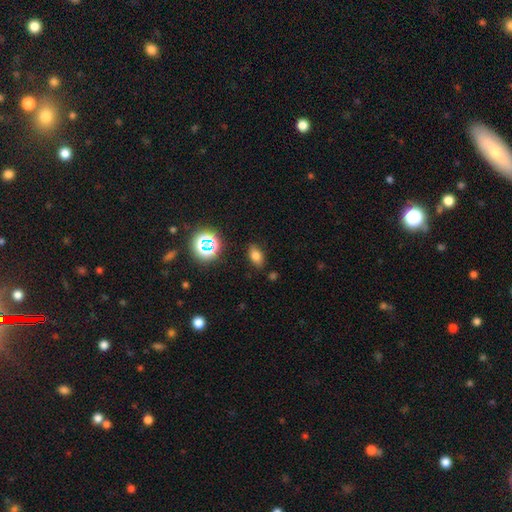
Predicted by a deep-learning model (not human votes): Smooth or featured? smooth (73%)
How rounded? in between (84%)
Merging? none (85%)